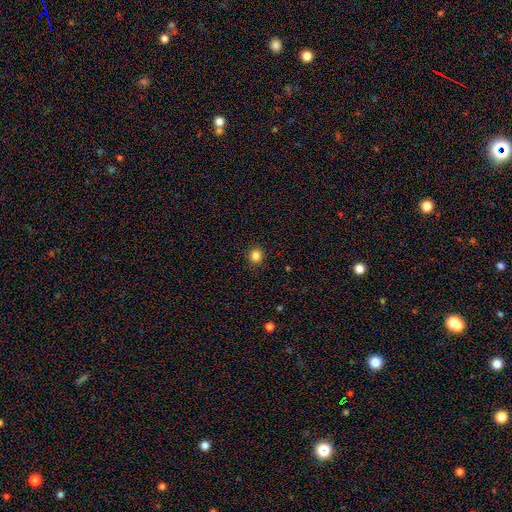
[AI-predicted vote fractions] Smooth or featured?
  - smooth: 84% *
  - star or artifact: 12%
  - featured or disk: 4%
How rounded?
  - round: 90% *
  - in between: 9%
  - cigar-shaped: 1%
Merging?
  - none: 91% *
  - minor disturbance: 6%
  - major disturbance: 2%
  - merger: 1%